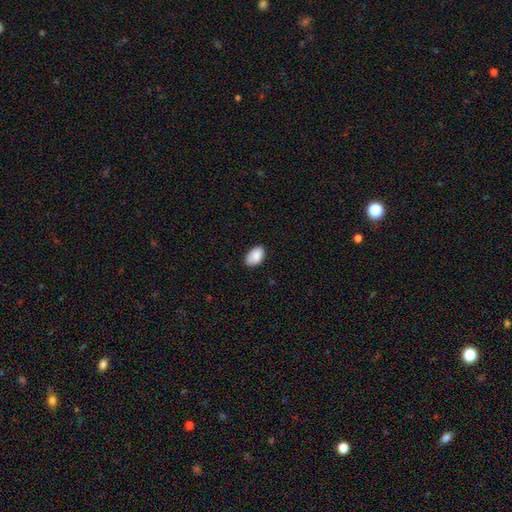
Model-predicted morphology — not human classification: This is clearly a smooth galaxy (88%). How rounded: clearly in between (93%). Merging: clearly none (80%).